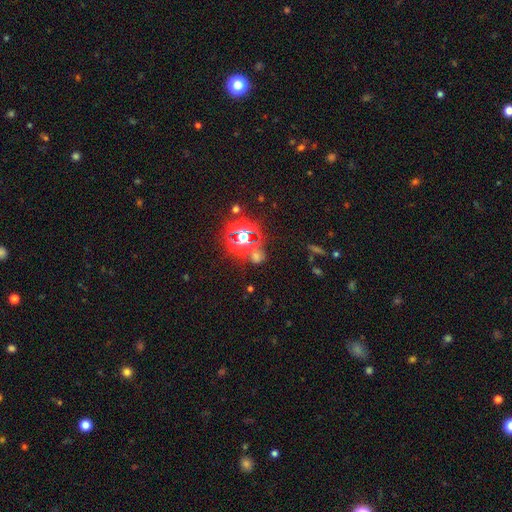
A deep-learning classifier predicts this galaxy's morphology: Smooth or featured?
  - star or artifact: 61% *
  - smooth: 31%
  - featured or disk: 8%